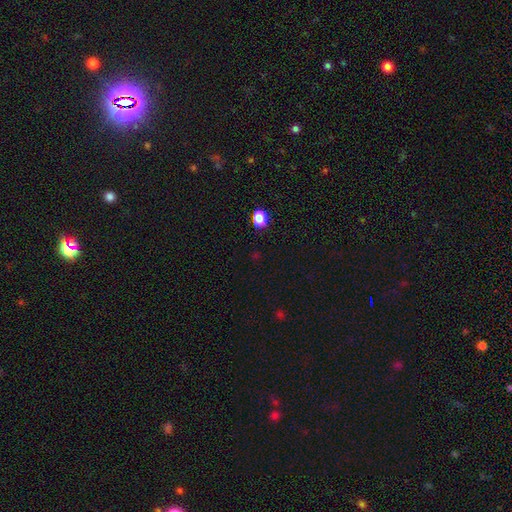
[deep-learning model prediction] This appears to be a star or artifact, not a galaxy (55%).